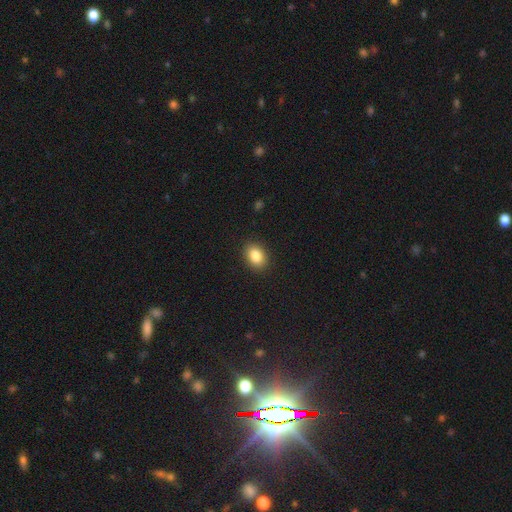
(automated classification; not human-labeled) This appears to be a smooth galaxy with no disk features (86%) that is in between round and cigar-shaped (75%). Merging: none (89%).